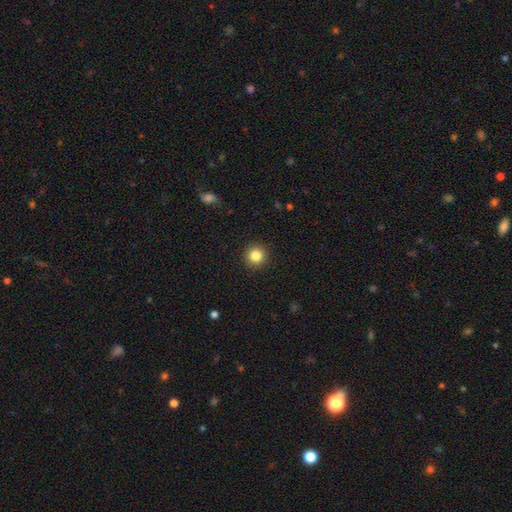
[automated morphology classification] The model was most divided on "smooth or featured": smooth: 84%, star or artifact: 11%, featured or disk: 5%. More confident: how rounded — round (95%); merging — none (92%).